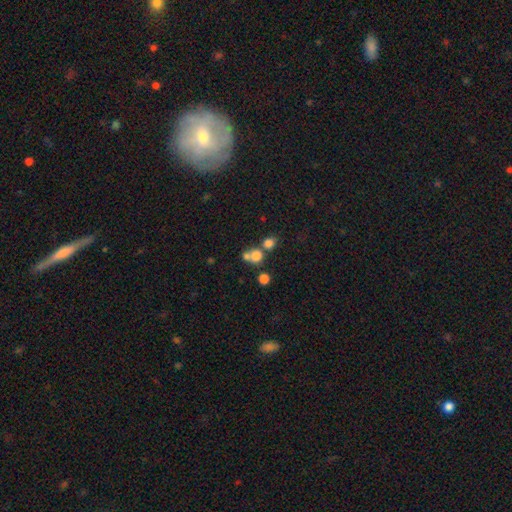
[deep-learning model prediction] Morphology: type=smooth (74%); roundness=round (83%); merging=merger (45%).